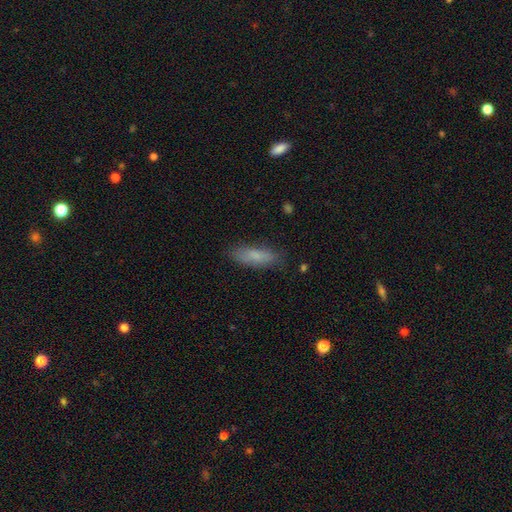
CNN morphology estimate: smooth-or-featured: smooth: 81% | featured or disk: 12% | star or artifact: 7%
  how-rounded: cigar-shaped: 54% | in between: 44% | round: 2%
  merging: none: 81% | minor disturbance: 14% | major disturbance: 3% | merger: 1%